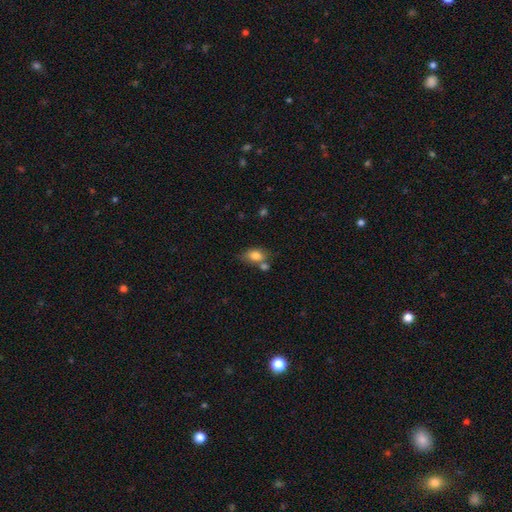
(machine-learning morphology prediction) This is clearly a smooth galaxy (80%). How rounded: clearly in between (80%). Merging: possibly none (49%).